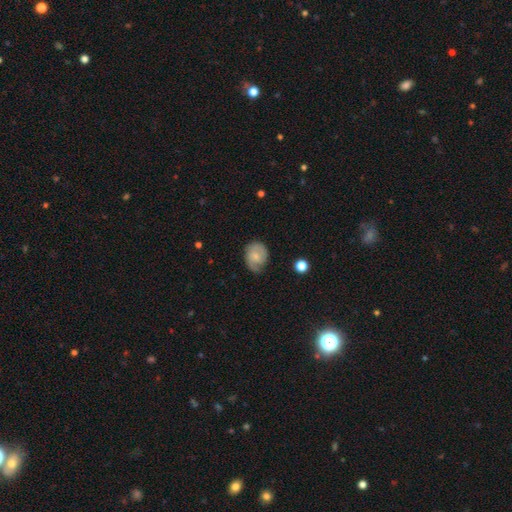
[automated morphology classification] Q: Smooth or featured?
A: smooth (48%); runner-up: featured or disk (44%)
Q: Merging?
A: none (60%); runner-up: minor disturbance (29%)